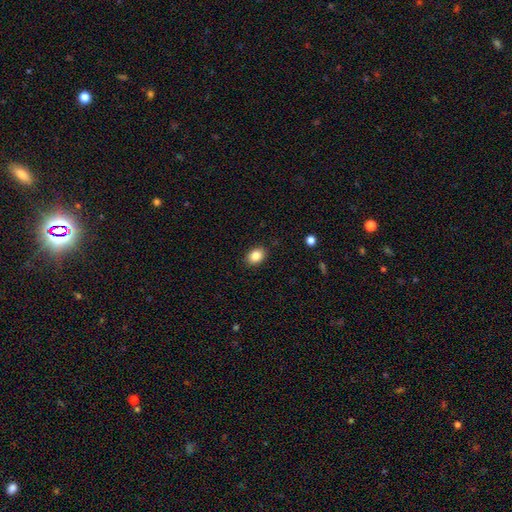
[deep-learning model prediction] Overall: smooth (85%). How rounded: in between (71%). Merging: none (89%).